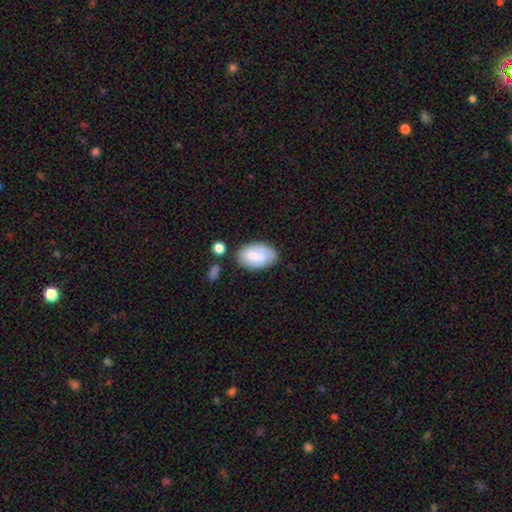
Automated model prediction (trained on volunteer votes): The model was most divided on "merging": none: 62%, minor disturbance: 24%, merger: 8%, major disturbance: 6%. More confident: how rounded — in between (93%); smooth or featured — smooth (74%).